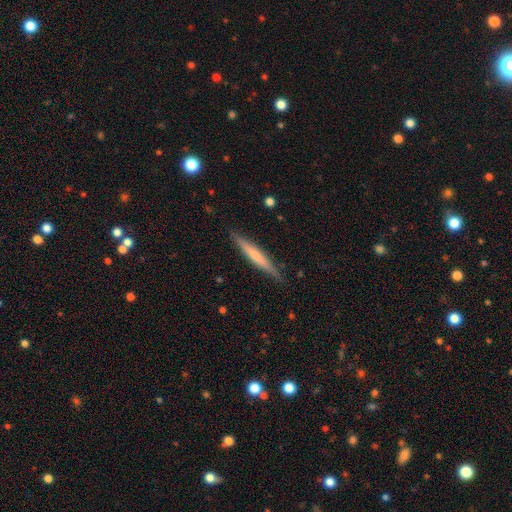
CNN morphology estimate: Overall: smooth (49%; featured or disk 46%). Merging: none (88%).